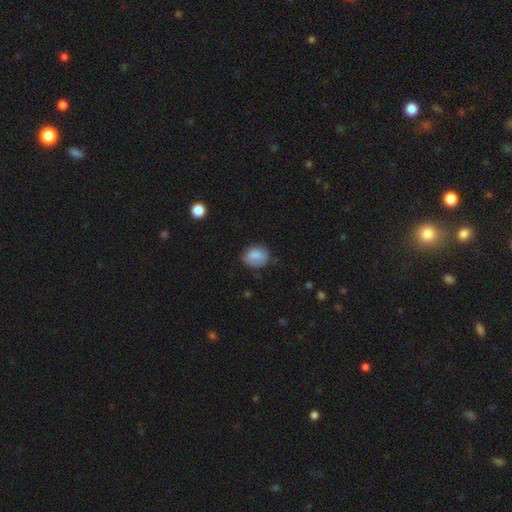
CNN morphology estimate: Smooth or featured?
  - smooth: 81% *
  - featured or disk: 11%
  - star or artifact: 8%
How rounded?
  - round: 50% *
  - in between: 49%
  - cigar-shaped: 1%
Merging?
  - none: 66% *
  - minor disturbance: 26%
  - major disturbance: 6%
  - merger: 2%